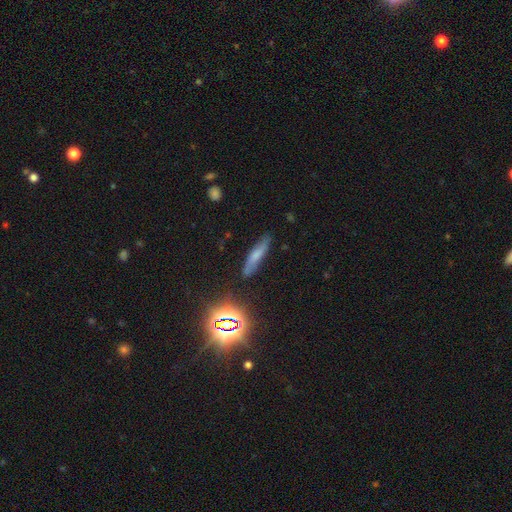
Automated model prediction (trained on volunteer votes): smooth 53%, featured or disk 29%, star or artifact 17%. Down the decision tree: how rounded — cigar-shaped (79%); merging — none (78%).